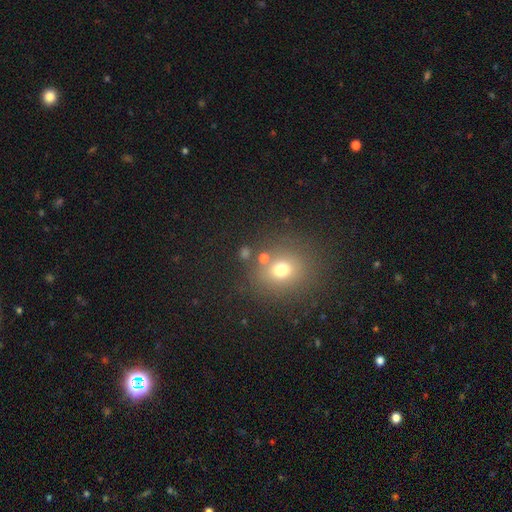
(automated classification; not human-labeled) Smooth or featured? smooth (58%)
How rounded? round (79%)
Merging? none (77%)